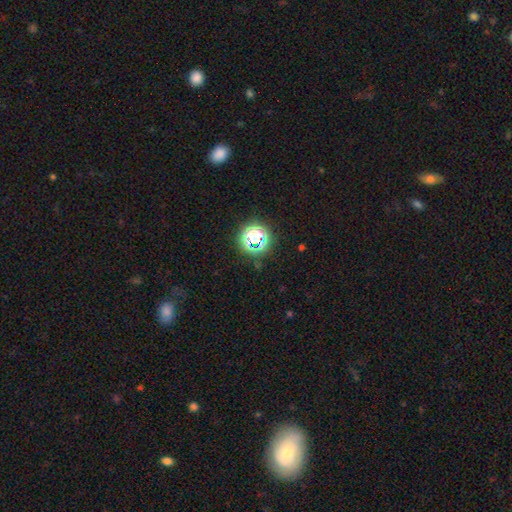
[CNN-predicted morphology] type=star or artifact (66%).